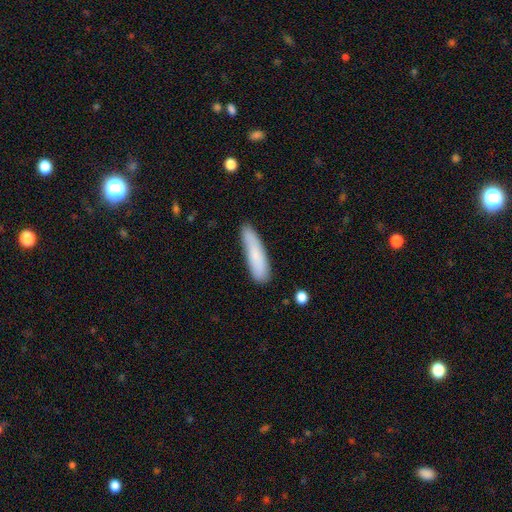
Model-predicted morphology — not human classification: This is clearly a smooth galaxy (80%). How rounded: likely cigar-shaped (76%). Merging: likely none (76%).